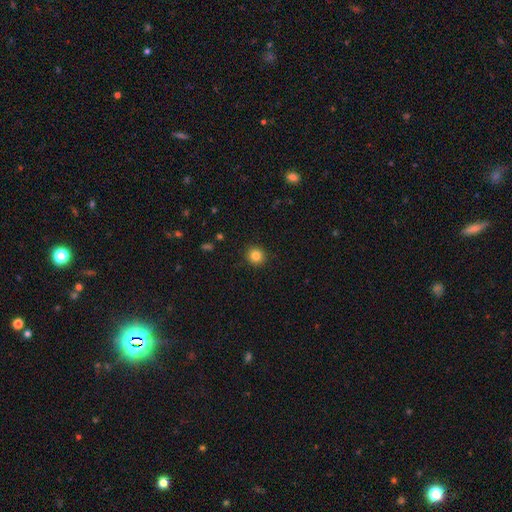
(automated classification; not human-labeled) A smooth galaxy with no disk features (83%) that is round (92%). Merging: none (91%).